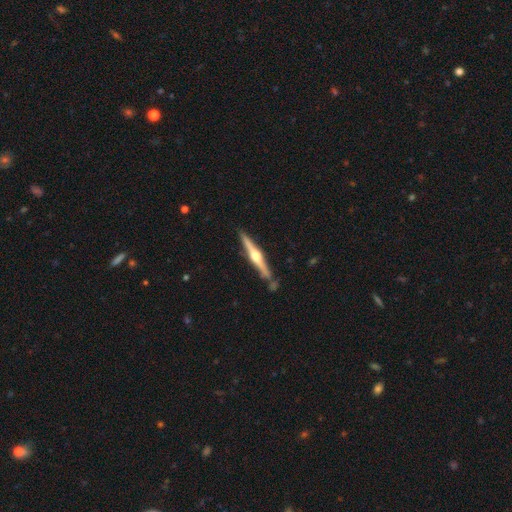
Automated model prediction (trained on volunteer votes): A featured or disk galaxy (77%) viewed edge-on (98%) with a rounded central bulge (94%). Merging: none (82%).